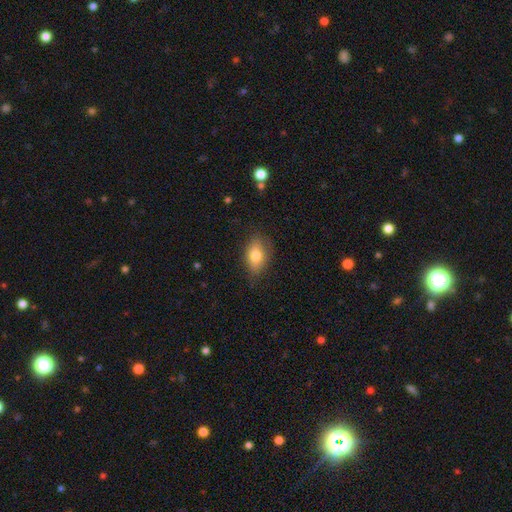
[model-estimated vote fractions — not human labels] Smooth or featured?
  - smooth: 75% *
  - featured or disk: 17%
  - star or artifact: 8%
How rounded?
  - in between: 85% *
  - round: 11%
  - cigar-shaped: 4%
Merging?
  - none: 76% *
  - minor disturbance: 19%
  - major disturbance: 4%
  - merger: 1%